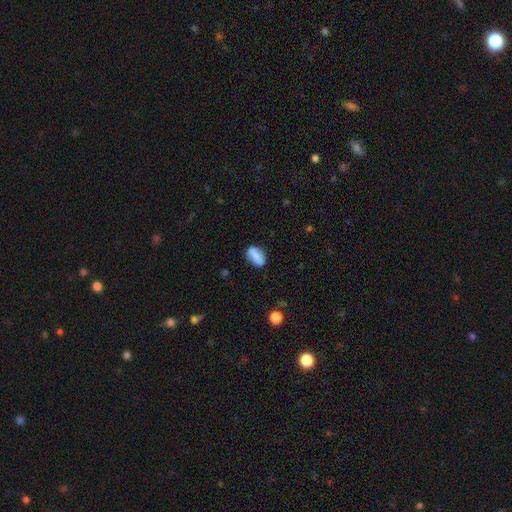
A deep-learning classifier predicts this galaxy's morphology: Q: Smooth or featured?
A: smooth (77%); runner-up: featured or disk (15%)
Q: How rounded?
A: in between (84%); runner-up: round (8%)
Q: Merging?
A: none (76%); runner-up: minor disturbance (16%)